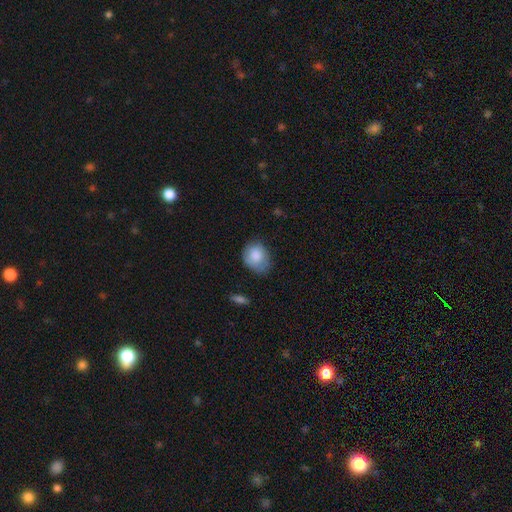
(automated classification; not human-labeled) Overall: smooth (82%). How rounded: in between (54%; round 45%). Merging: none (60%; minor disturbance 30%).